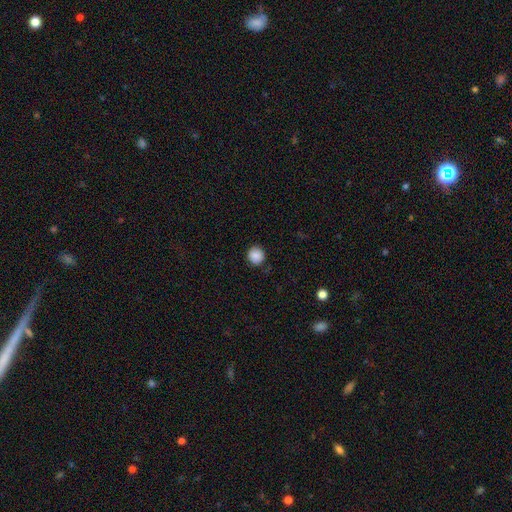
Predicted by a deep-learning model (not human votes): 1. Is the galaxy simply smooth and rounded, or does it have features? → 88% smooth, 9% star or artifact, 3% featured or disk.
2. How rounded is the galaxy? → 92% round, 7% in between, 1% cigar-shaped.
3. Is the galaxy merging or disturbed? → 88% none, 9% minor disturbance, 2% major disturbance, 1% merger.